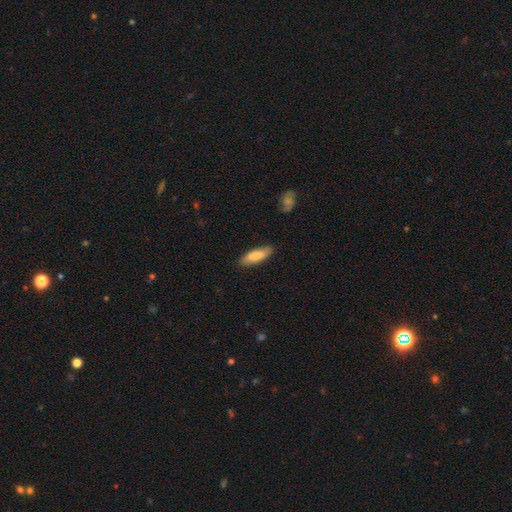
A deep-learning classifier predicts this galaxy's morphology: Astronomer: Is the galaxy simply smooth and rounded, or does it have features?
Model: smooth — 82%.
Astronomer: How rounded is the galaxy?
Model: cigar-shaped — 50% (runner-up: in between, 48%).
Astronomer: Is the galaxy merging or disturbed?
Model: none — 83%.